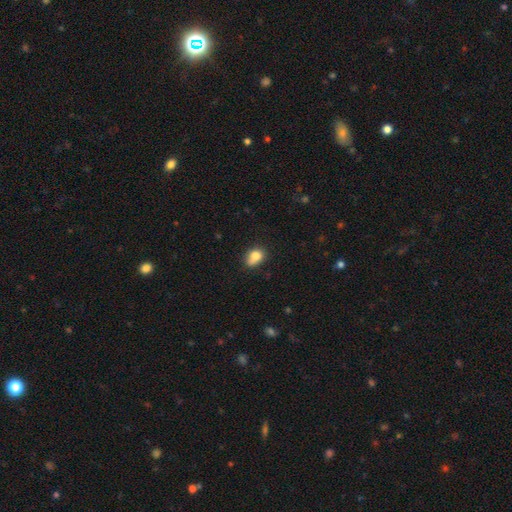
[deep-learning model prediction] Smooth or featured?
  - smooth: 78% *
  - featured or disk: 12%
  - star or artifact: 10%
How rounded?
  - in between: 60% *
  - round: 39%
  - cigar-shaped: 2%
Merging?
  - none: 50% *
  - minor disturbance: 28%
  - merger: 14%
  - major disturbance: 8%